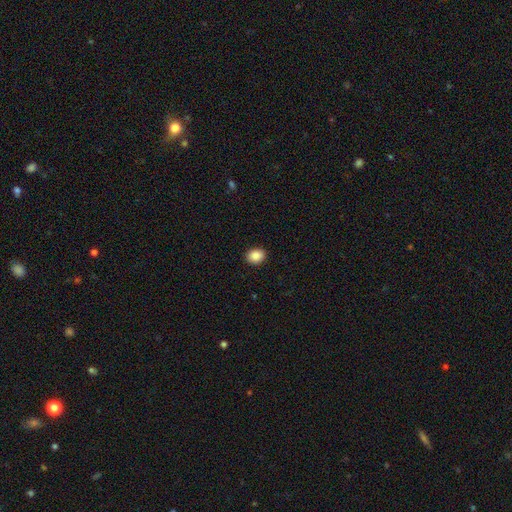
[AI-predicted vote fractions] Morphology: type=smooth (89%); roundness=in between (54%); merging=none (91%).